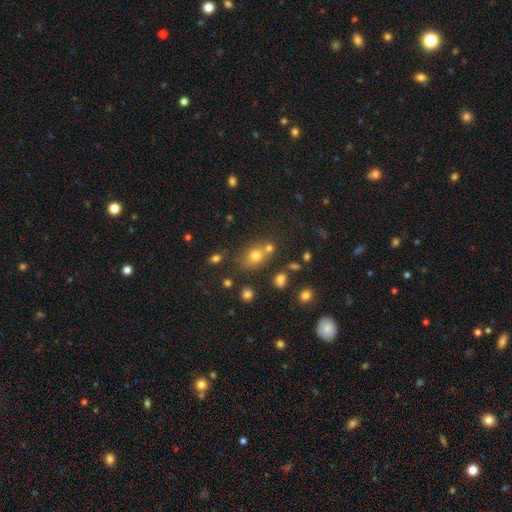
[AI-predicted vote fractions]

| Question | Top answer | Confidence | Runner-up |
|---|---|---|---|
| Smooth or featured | smooth | 69% | star or artifact (18%) |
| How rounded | round | 50% | in between (48%) |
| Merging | none | 58% | merger (24%) |